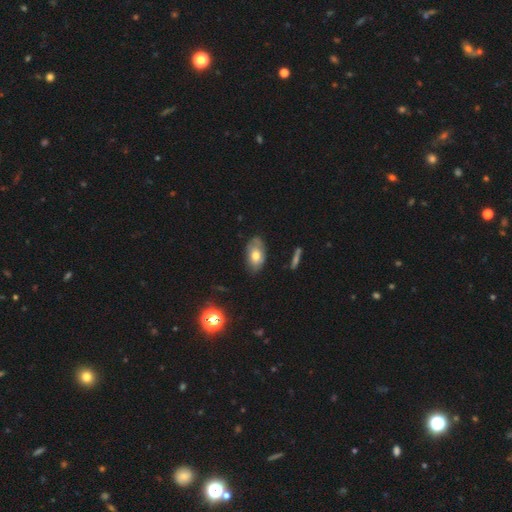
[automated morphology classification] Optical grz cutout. It shows a smooth galaxy with no disk features (62%) that is in between round and cigar-shaped (90%). Merging: none (69%).